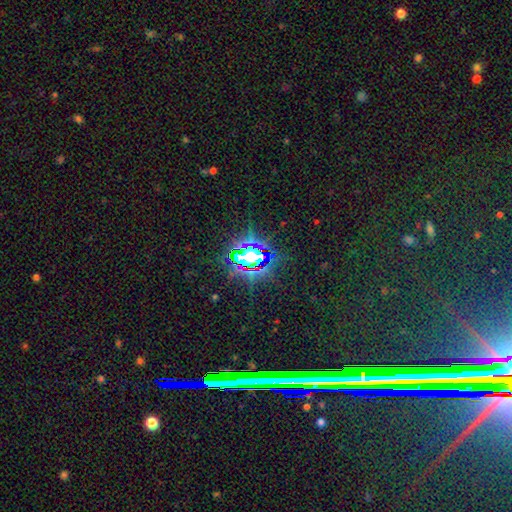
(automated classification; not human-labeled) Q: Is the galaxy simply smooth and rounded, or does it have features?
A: star or artifact — 78%.